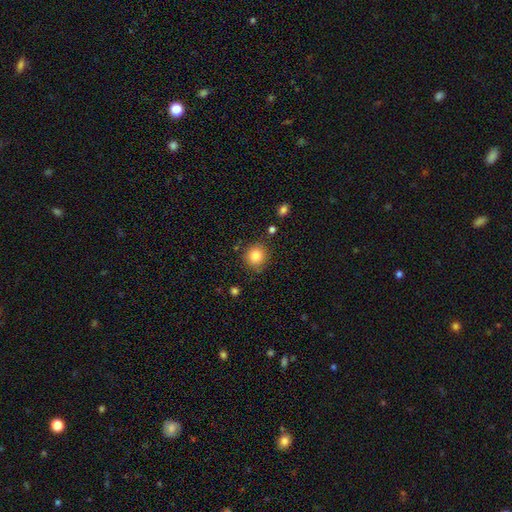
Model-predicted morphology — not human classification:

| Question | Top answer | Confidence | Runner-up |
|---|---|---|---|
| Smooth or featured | smooth | 83% | star or artifact (10%) |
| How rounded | round | 90% | in between (9%) |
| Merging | none | 83% | minor disturbance (11%) |